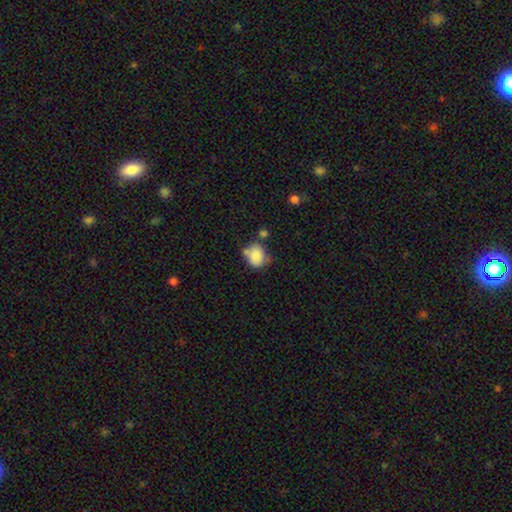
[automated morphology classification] smooth-or-featured: smooth: 82% | featured or disk: 10% | star or artifact: 9%
  how-rounded: round: 58% | in between: 41% | cigar-shaped: 1%
  merging: none: 48% | minor disturbance: 25% | merger: 19% | major disturbance: 8%